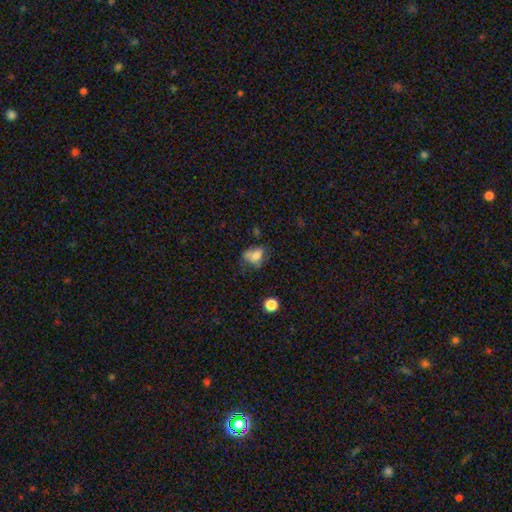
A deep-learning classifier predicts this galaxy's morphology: This is likely a smooth galaxy (69%). How rounded: likely in between (72%). Merging: marginally none (35%).